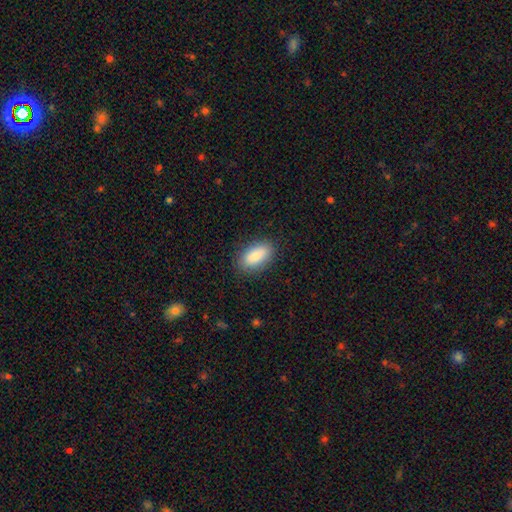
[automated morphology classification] The model was most divided on "merging": none: 86%, minor disturbance: 10%, major disturbance: 3%, merger: 1%. More confident: how rounded — in between (89%); smooth or featured — smooth (88%).